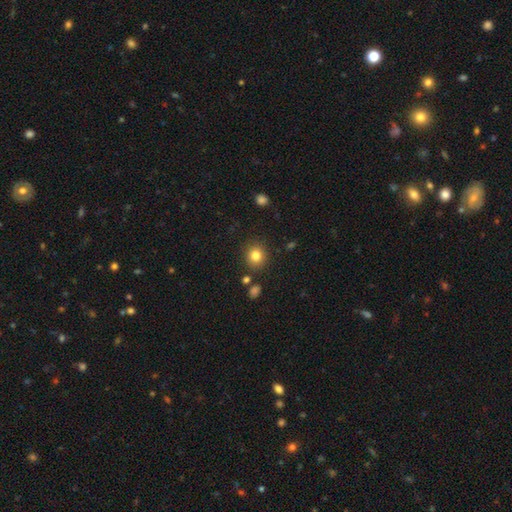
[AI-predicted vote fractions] Smooth or featured: smooth — 82% (star or artifact — 11%)
How rounded: round — 82% (in between — 17%)
Merging: none — 86% (minor disturbance — 8%)